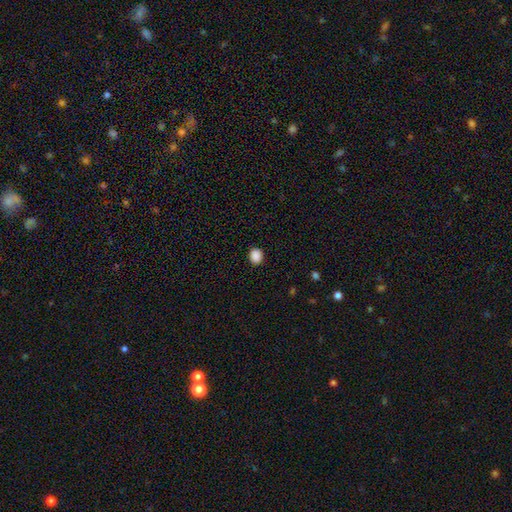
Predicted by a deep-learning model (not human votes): Smooth or featured? Predicted: smooth (p=0.89). How rounded? Predicted: round (p=0.62). Merging? Predicted: none (p=0.91).